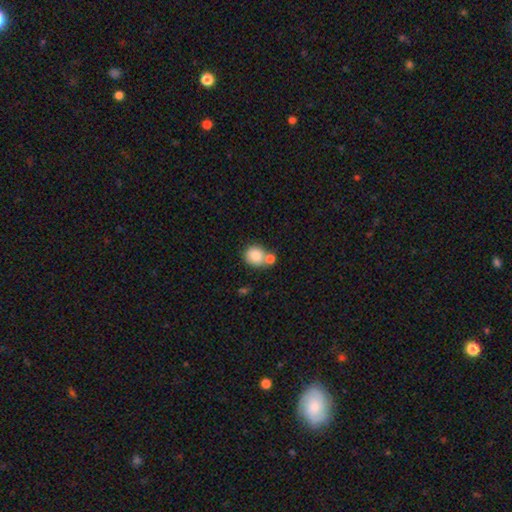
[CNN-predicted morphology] Smooth or featured: smooth — 83% (featured or disk — 9%)
How rounded: round — 80% (in between — 19%)
Merging: none — 52% (merger — 35%)